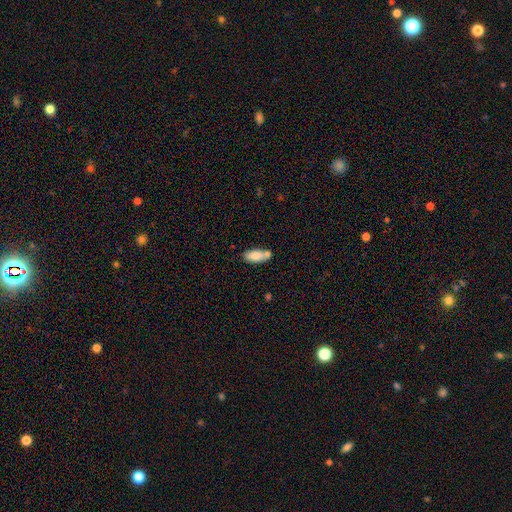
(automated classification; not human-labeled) smooth_or_featured: smooth (p=0.83) [alt: featured or disk p=0.10]
how_rounded: in between (p=0.85) [alt: cigar-shaped p=0.12]
merging: none (p=0.53) [alt: merger p=0.27]